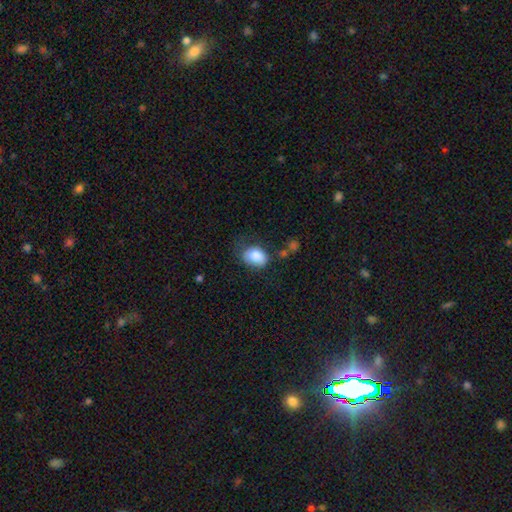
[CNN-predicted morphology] smooth 84%, featured or disk 8%, star or artifact 8%. Down the decision tree: how rounded — in between (73%); merging — none (55%).